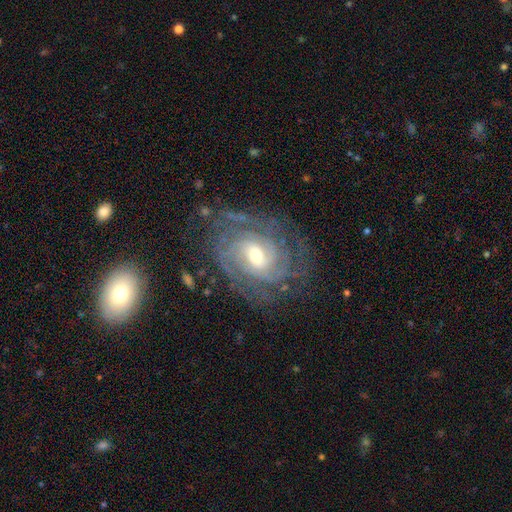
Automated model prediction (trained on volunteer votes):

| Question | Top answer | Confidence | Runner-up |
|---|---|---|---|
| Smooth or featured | featured or disk | 89% | star or artifact (6%) |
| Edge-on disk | no | 97% | yes (3%) |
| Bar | weak | 48% | no (35%) |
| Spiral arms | yes | 97% | no (3%) |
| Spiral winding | tight | 69% | medium (26%) |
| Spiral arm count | can't tell | 28% | 3 (21%) |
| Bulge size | moderate | 53% | small (40%) |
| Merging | none | 73% | minor disturbance (16%) |